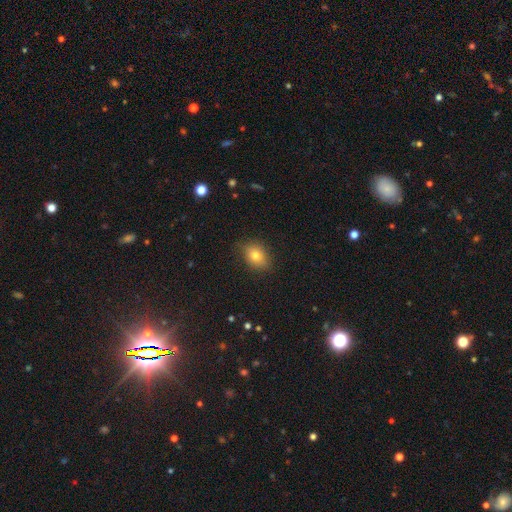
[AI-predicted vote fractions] Smooth or featured?
  - smooth: 77% *
  - featured or disk: 12%
  - star or artifact: 11%
How rounded?
  - in between: 65% *
  - round: 34%
  - cigar-shaped: 1%
Merging?
  - none: 81% *
  - minor disturbance: 15%
  - major disturbance: 3%
  - merger: 1%